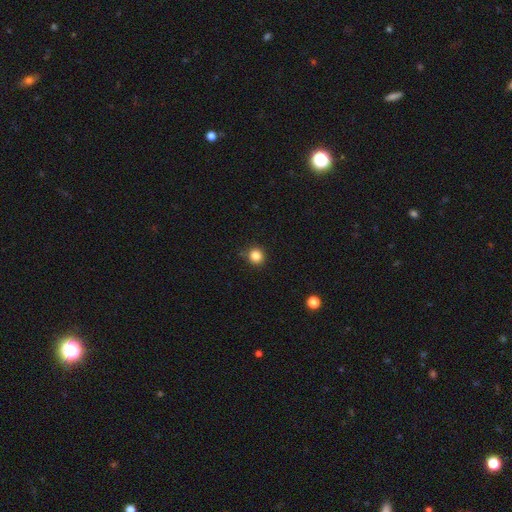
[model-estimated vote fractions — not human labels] A smooth galaxy with no disk features (84%) that is round (91%). Merging: none (86%).